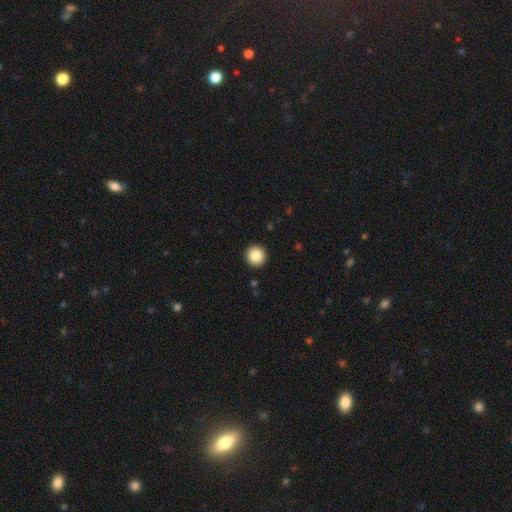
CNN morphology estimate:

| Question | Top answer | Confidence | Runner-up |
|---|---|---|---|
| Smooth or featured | smooth | 85% | star or artifact (9%) |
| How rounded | round | 96% | in between (3%) |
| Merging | none | 93% | minor disturbance (4%) |